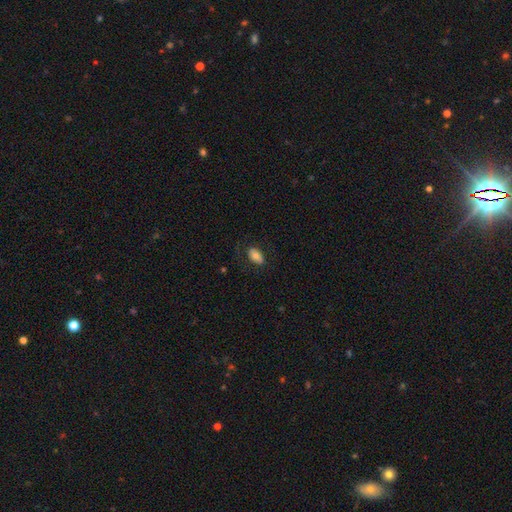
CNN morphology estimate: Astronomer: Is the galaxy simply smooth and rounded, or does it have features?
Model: smooth — 77%.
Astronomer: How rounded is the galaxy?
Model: in between — 91%.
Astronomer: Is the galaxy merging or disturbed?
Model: none — 74%.